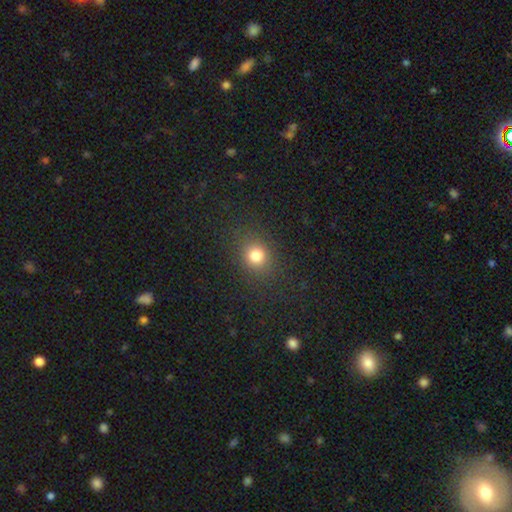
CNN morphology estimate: Smooth or featured: smooth — 78% (star or artifact — 16%)
How rounded: round — 68% (in between — 31%)
Merging: none — 85% (minor disturbance — 9%)